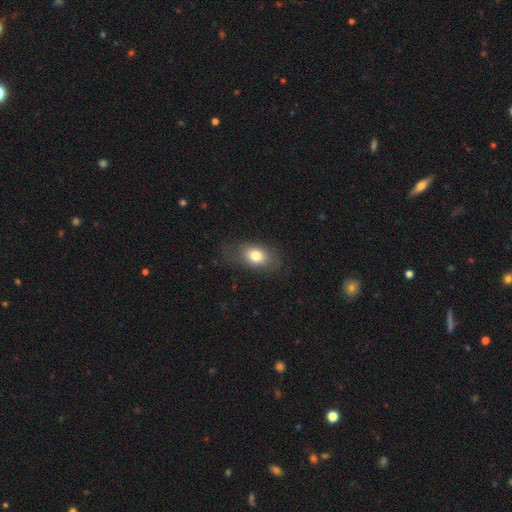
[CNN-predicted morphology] smooth-or-featured: smooth: 76% | featured or disk: 15% | star or artifact: 9%
  how-rounded: in between: 82% | round: 15% | cigar-shaped: 3%
  merging: none: 72% | minor disturbance: 19% | major disturbance: 8% | merger: 1%